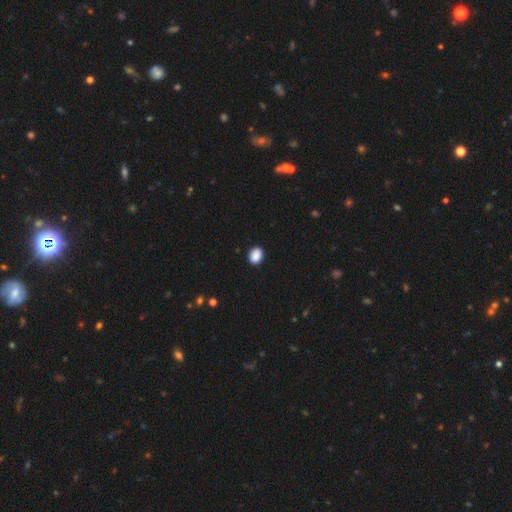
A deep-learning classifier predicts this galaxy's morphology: Smooth or featured? smooth (89%)
How rounded? in between (58%)
Merging? none (90%)